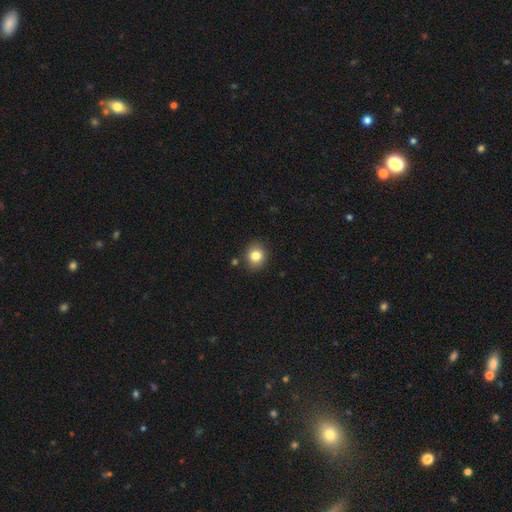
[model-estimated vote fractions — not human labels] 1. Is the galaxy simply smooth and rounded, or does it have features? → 82% smooth, 10% star or artifact, 7% featured or disk.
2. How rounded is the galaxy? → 69% round, 30% in between, 1% cigar-shaped.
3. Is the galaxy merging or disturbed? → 86% none, 9% minor disturbance, 3% merger, 2% major disturbance.